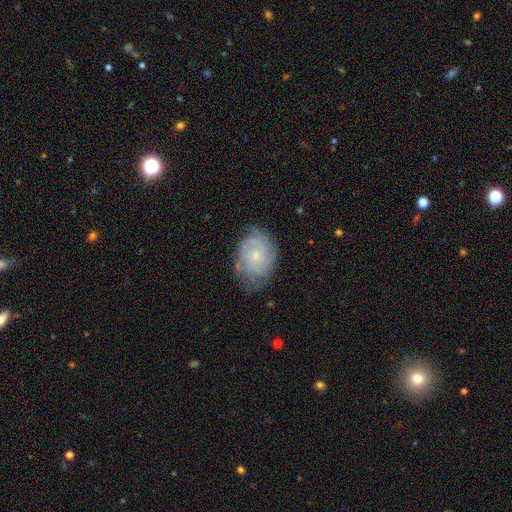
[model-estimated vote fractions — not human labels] Smooth or featured: featured or disk — 65% (smooth — 27%)
Edge-on disk: no — 97% (yes — 3%)
Bar: no — 81% (weak — 17%)
Spiral arms: yes — 87% (no — 13%)
Spiral winding: tight — 67% (medium — 25%)
Spiral arm count: can't tell — 51% (2 — 16%)
Bulge size: small — 72% (moderate — 22%)
Merging: none — 67% (minor disturbance — 24%)